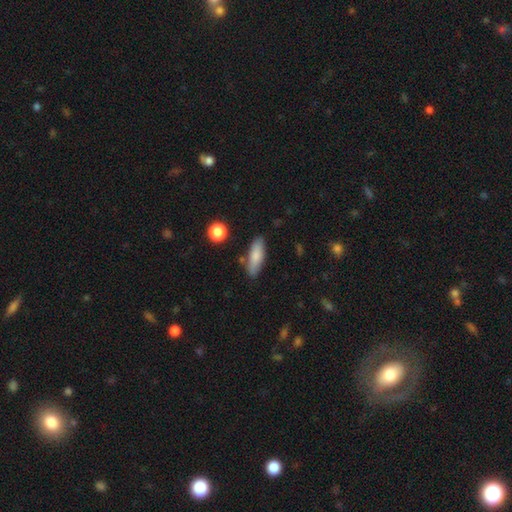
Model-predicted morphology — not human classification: smooth_or_featured: smooth (p=0.81) [alt: featured or disk p=0.12]
how_rounded: in between (p=0.58) [alt: cigar-shaped p=0.40]
merging: none (p=0.80) [alt: minor disturbance p=0.13]